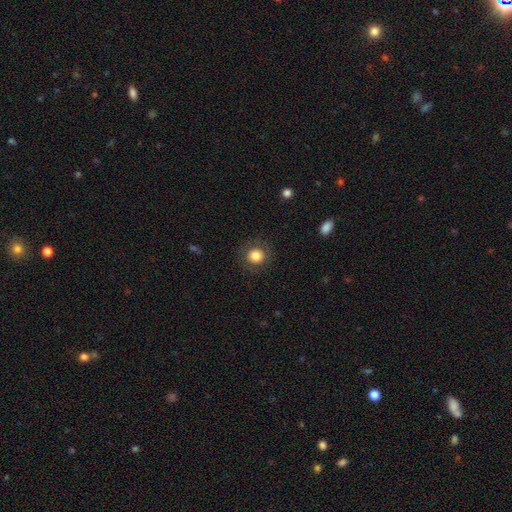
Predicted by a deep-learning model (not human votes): Smooth or featured?
  - smooth: 80% *
  - featured or disk: 10%
  - star or artifact: 10%
How rounded?
  - round: 90% *
  - in between: 9%
  - cigar-shaped: 1%
Merging?
  - none: 84% *
  - minor disturbance: 10%
  - major disturbance: 5%
  - merger: 1%